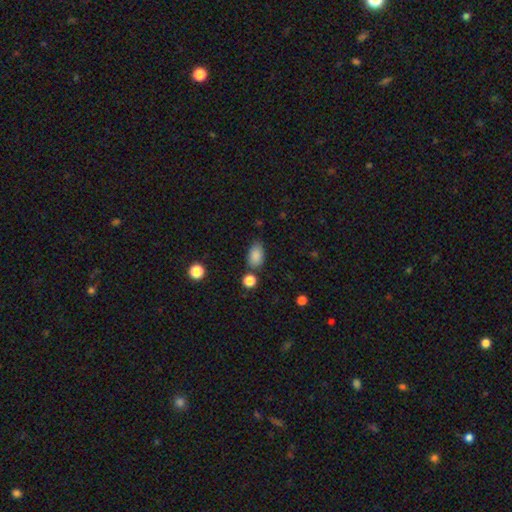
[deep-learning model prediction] smooth-or-featured: smooth: 86% | star or artifact: 9% | featured or disk: 5%
  how-rounded: in between: 90% | round: 9% | cigar-shaped: 2%
  merging: none: 71% | minor disturbance: 18% | merger: 7% | major disturbance: 4%